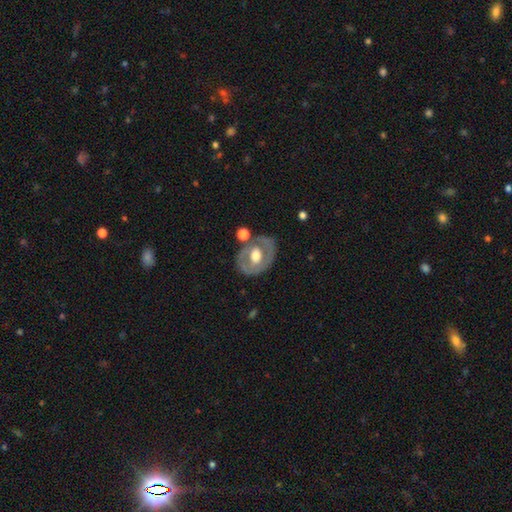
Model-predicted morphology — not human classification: Overall: featured or disk (62%; smooth 32%). Edge-on disk: no (94%). Bar: no (61%; weak 28%). Spiral arms: no (69%; yes 31%). Bulge size: moderate (60%; large 31%). Merging: none (66%).